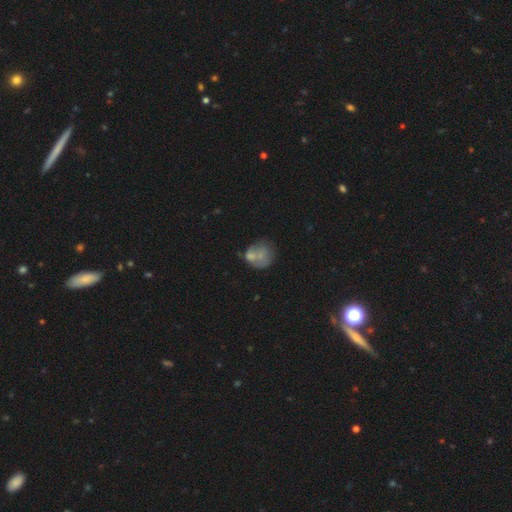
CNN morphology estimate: Smooth or featured? Predicted: smooth (p=0.58). How rounded? Predicted: round (p=0.74). Merging? Predicted: none (p=0.43).